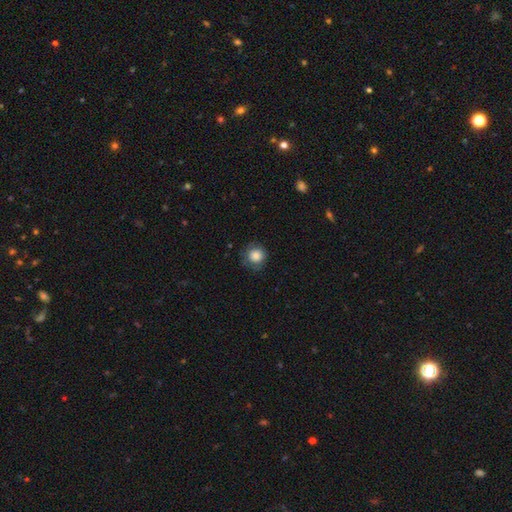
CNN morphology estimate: Smooth or featured? smooth (81%)
How rounded? round (91%)
Merging? none (75%)